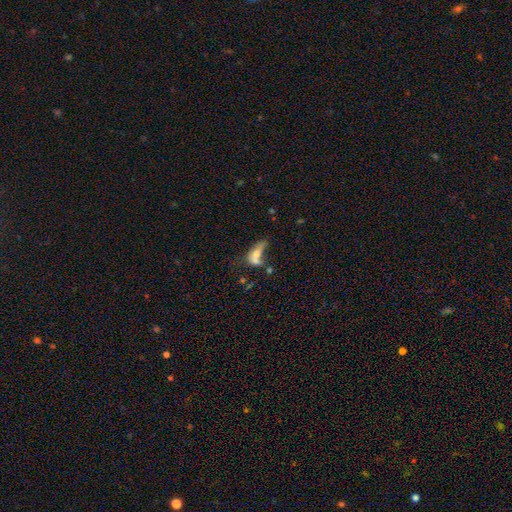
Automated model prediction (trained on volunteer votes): Smooth or featured?
  - smooth: 56% *
  - featured or disk: 33%
  - star or artifact: 12%
How rounded?
  - in between: 67% *
  - cigar-shaped: 19%
  - round: 14%
Merging?
  - merger: 49% *
  - major disturbance: 21%
  - none: 18%
  - minor disturbance: 12%